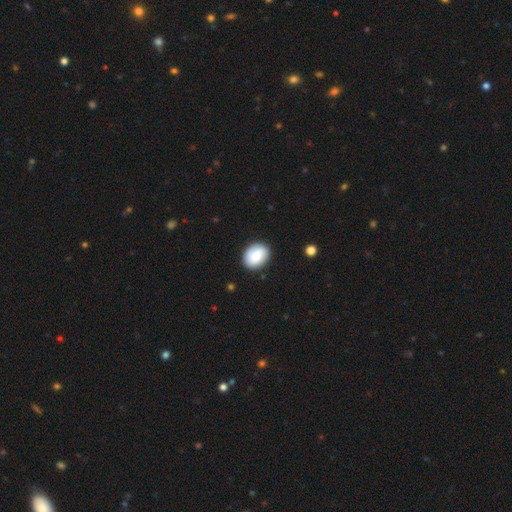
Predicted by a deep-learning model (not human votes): smooth-or-featured: smooth: 83% | featured or disk: 10% | star or artifact: 7%
  how-rounded: in between: 66% | round: 33% | cigar-shaped: 1%
  merging: none: 86% | minor disturbance: 10% | major disturbance: 2% | merger: 1%